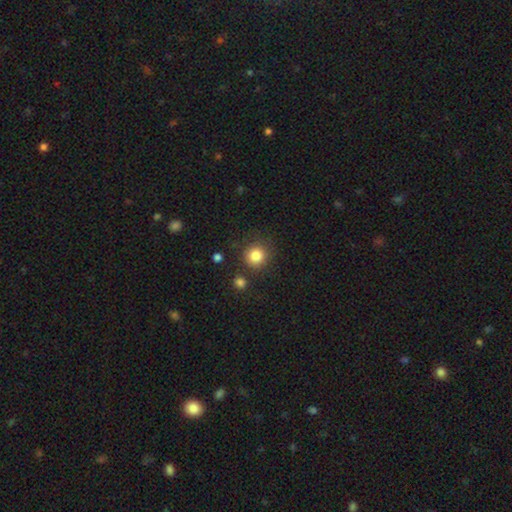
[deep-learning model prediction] smooth 84%, star or artifact 11%, featured or disk 5%. Down the decision tree: how rounded — round (92%); merging — none (83%).